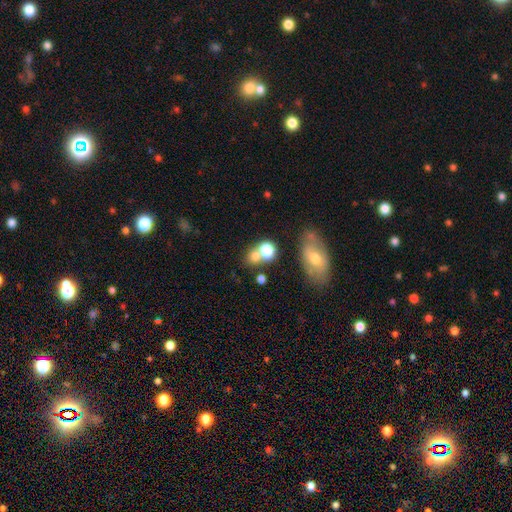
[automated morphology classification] Smooth or featured? Predicted: smooth (p=0.72). How rounded? Predicted: round (p=0.65). Merging? Predicted: none (p=0.43, tied with merger).